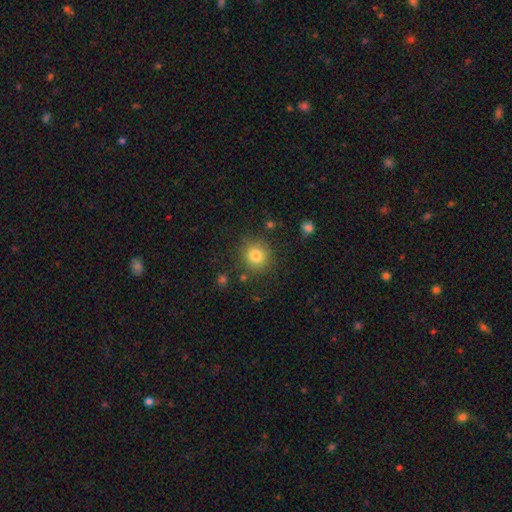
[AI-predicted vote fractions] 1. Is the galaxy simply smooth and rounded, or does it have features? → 81% smooth, 12% star or artifact, 7% featured or disk.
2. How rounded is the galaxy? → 91% round, 8% in between, 1% cigar-shaped.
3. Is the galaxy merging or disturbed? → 86% none, 9% minor disturbance, 3% major disturbance, 3% merger.